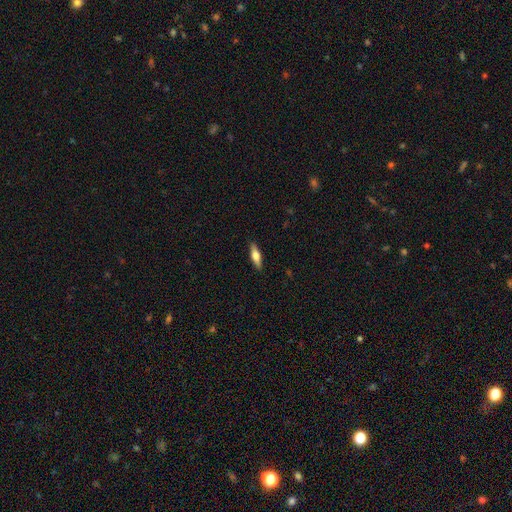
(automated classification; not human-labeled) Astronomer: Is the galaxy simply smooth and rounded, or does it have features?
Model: smooth — 58% (runner-up: featured or disk, 36%).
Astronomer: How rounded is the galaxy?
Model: cigar-shaped — 53% (runner-up: in between, 44%).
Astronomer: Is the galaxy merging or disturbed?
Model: none — 89%.